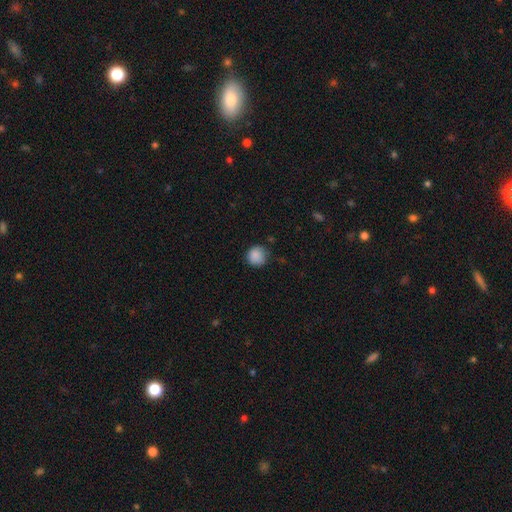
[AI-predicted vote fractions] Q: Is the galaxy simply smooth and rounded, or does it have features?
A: smooth — 87%.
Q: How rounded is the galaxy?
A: round — 91%.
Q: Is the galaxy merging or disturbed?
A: none — 76%.